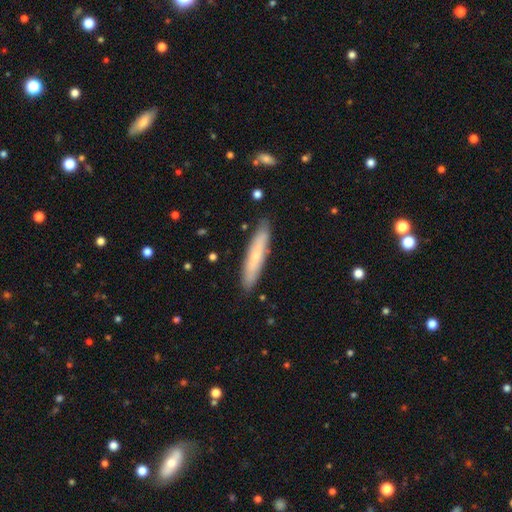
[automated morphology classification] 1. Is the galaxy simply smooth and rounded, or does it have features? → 61% smooth, 33% featured or disk, 6% star or artifact.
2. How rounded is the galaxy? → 89% cigar-shaped, 10% in between, 1% round.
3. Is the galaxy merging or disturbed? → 88% none, 9% minor disturbance, 2% major disturbance, 1% merger.